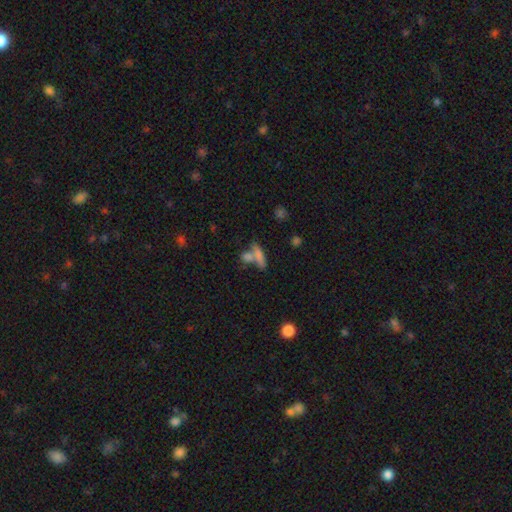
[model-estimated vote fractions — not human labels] Smooth or featured? smooth (70%)
How rounded? cigar-shaped (50%)
Merging? merger (46%)